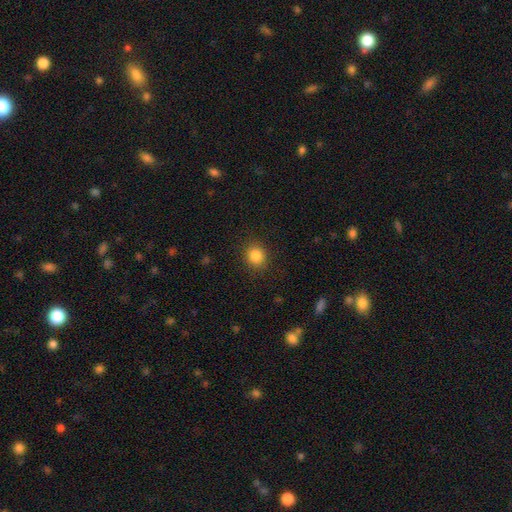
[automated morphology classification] Smooth or featured? smooth (85%)
How rounded? round (75%)
Merging? none (88%)